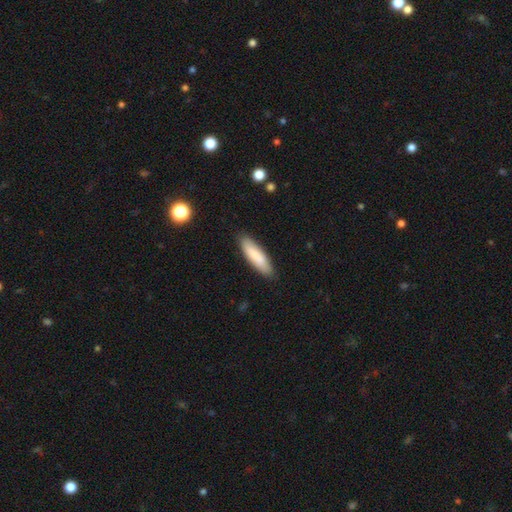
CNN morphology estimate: Smooth or featured: smooth — 83% (featured or disk — 11%)
How rounded: cigar-shaped — 59% (in between — 40%)
Merging: none — 87% (minor disturbance — 10%)